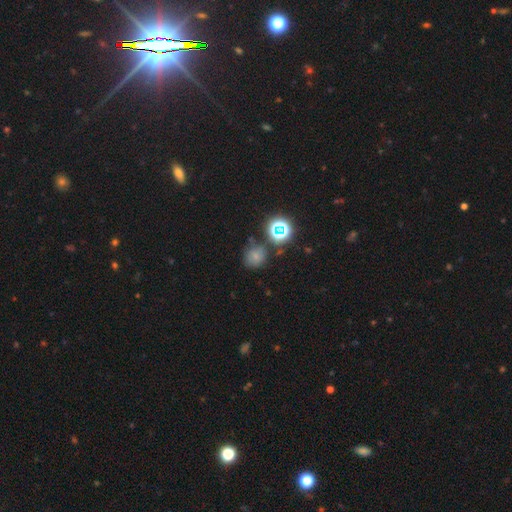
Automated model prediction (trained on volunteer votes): Morphology: type=smooth (66%); roundness=round (81%); merging=none (69%).